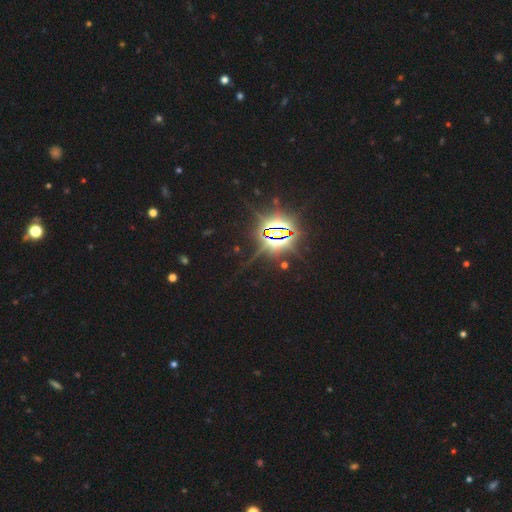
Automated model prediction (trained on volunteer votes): This appears to be a star or artifact, not a galaxy (88%).